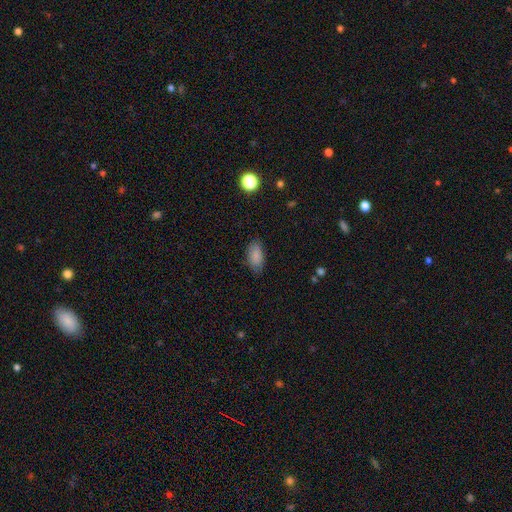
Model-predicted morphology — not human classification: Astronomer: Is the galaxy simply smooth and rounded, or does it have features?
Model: smooth — 87%.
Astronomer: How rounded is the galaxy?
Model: in between — 91%.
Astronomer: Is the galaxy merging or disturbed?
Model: none — 83%.